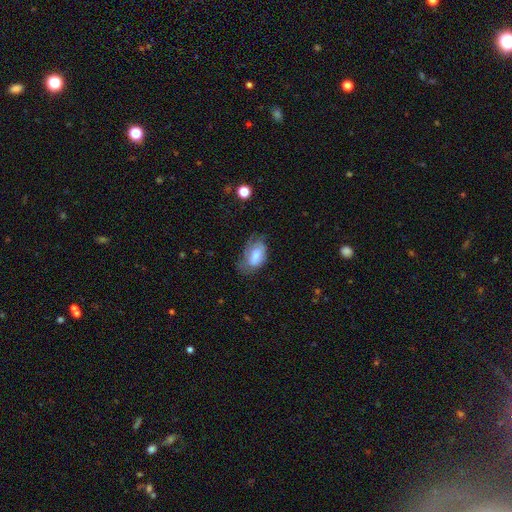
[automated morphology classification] A smooth galaxy with no disk features (67%) that is in between round and cigar-shaped (91%).

Vote fractions:
- Smooth or featured? smooth: 67% / featured or disk: 25% / star or artifact: 8%
- How rounded? in between: 91% / round: 7% / cigar-shaped: 2%
- Merging? none: 41% / minor disturbance: 34% / major disturbance: 23% / merger: 2%